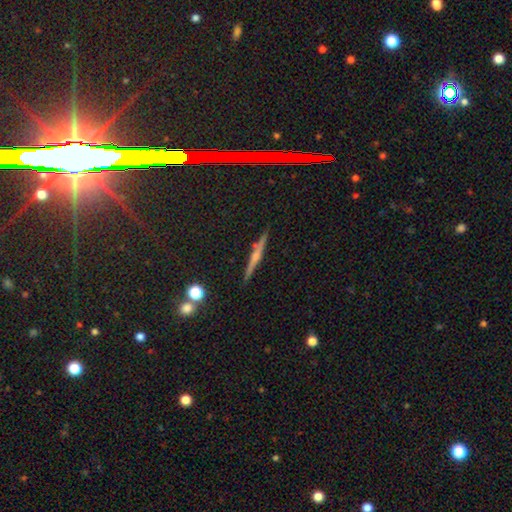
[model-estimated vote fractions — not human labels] A featured or disk galaxy (58%) viewed edge-on (97%) with a rounded central bulge (58%). Merging: none (88%).